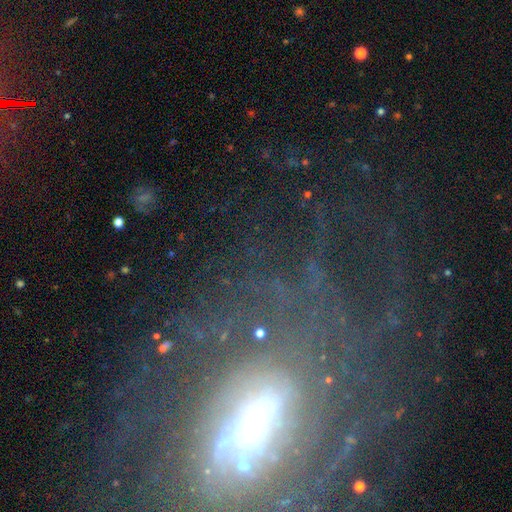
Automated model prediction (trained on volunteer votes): Smooth or featured: featured or disk — 54% (star or artifact — 31%)
Edge-on disk: no — 82% (yes — 18%)
Merging: none — 62% (major disturbance — 19%)